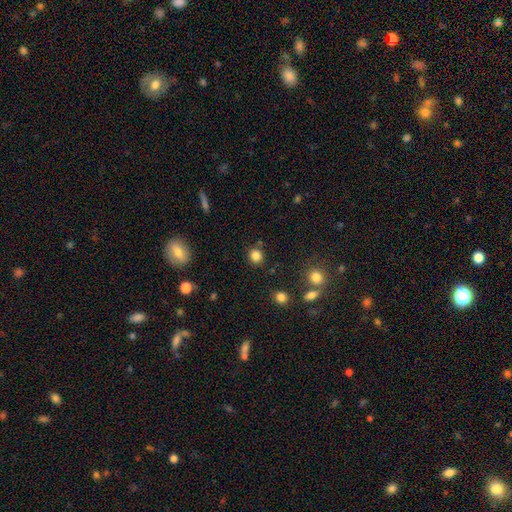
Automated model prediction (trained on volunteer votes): The model was most divided on "smooth or featured": smooth: 83%, star or artifact: 12%, featured or disk: 4%. More confident: how rounded — round (86%); merging — none (85%).